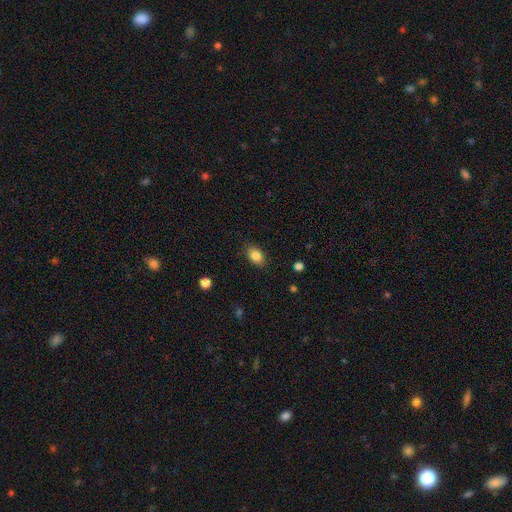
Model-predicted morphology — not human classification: This appears to be a smooth galaxy with no disk features (85%) that is in between round and cigar-shaped (84%). Merging: none (85%).